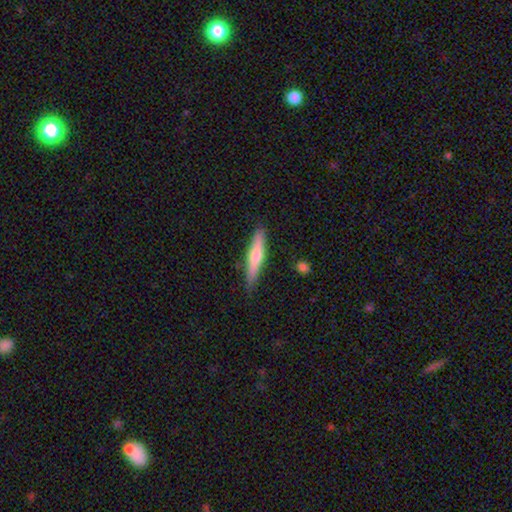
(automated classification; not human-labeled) Q: Smooth or featured?
A: smooth (54%); runner-up: featured or disk (40%)
Q: How rounded?
A: cigar-shaped (89%); runner-up: in between (9%)
Q: Merging?
A: none (87%); runner-up: minor disturbance (10%)